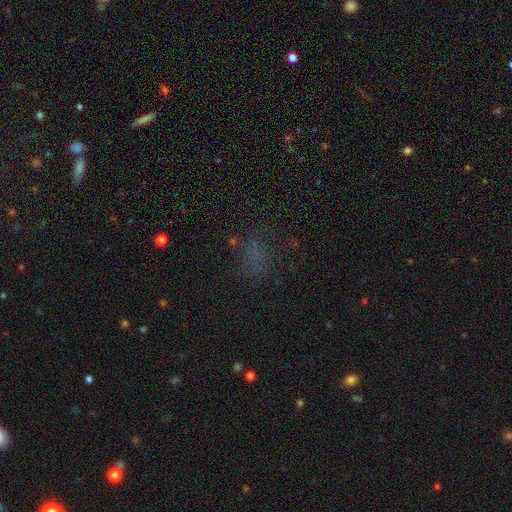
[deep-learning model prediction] The model was most divided on "smooth or featured": smooth: 56%, star or artifact: 33%, featured or disk: 11%. More confident: merging — none (68%); how rounded — in between (60%).